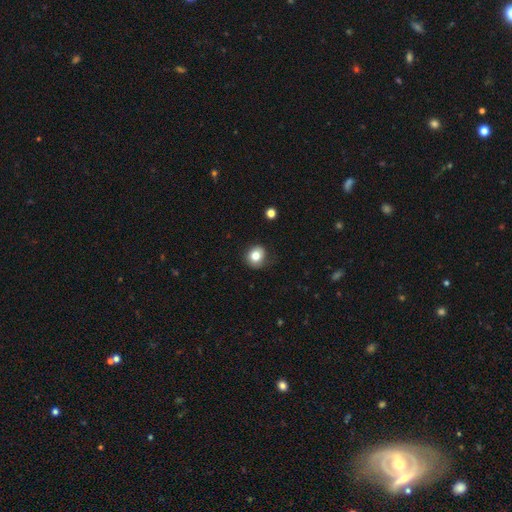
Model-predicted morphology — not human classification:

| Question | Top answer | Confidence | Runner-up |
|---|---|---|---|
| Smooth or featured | smooth | 80% | star or artifact (10%) |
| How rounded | round | 80% | in between (19%) |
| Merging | none | 77% | minor disturbance (17%) |